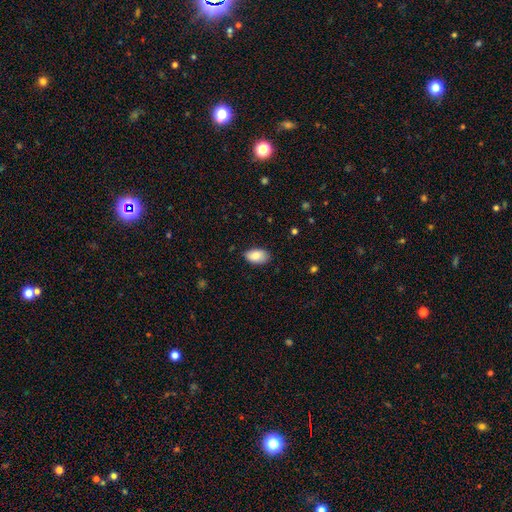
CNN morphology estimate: Smooth or featured: smooth — 87% (star or artifact — 7%)
How rounded: in between — 93% (round — 5%)
Merging: none — 82% (minor disturbance — 15%)